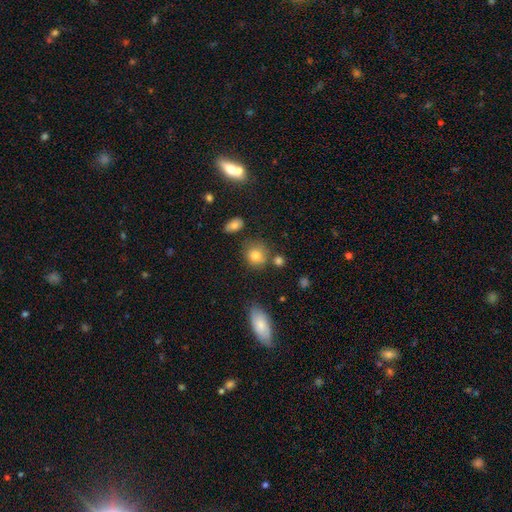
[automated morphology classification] A smooth galaxy with no disk features (81%) that is round (82%).

Vote fractions:
- Smooth or featured? smooth: 81% / star or artifact: 11% / featured or disk: 9%
- How rounded? round: 82% / in between: 17% / cigar-shaped: 1%
- Merging? none: 71% / minor disturbance: 15% / merger: 9% / major disturbance: 5%